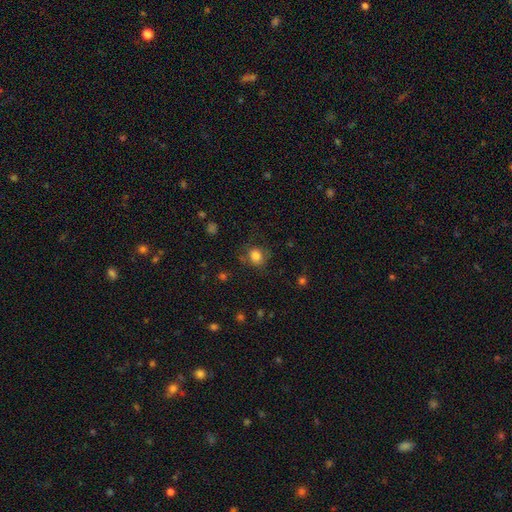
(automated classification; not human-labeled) Morphology: type=smooth (81%); roundness=round (77%); merging=none (71%).